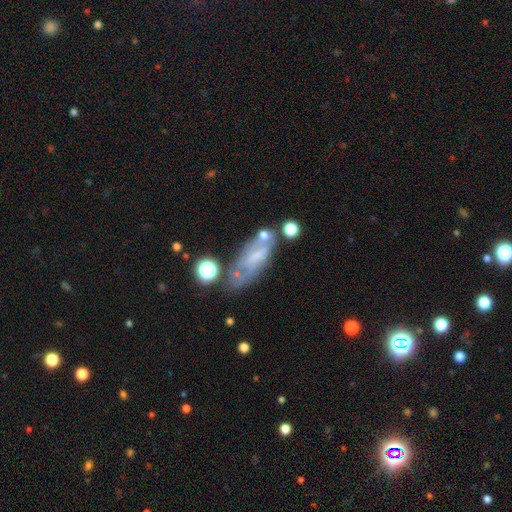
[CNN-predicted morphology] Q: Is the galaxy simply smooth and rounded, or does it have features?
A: featured or disk — 49%.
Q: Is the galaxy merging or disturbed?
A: none — 50%.